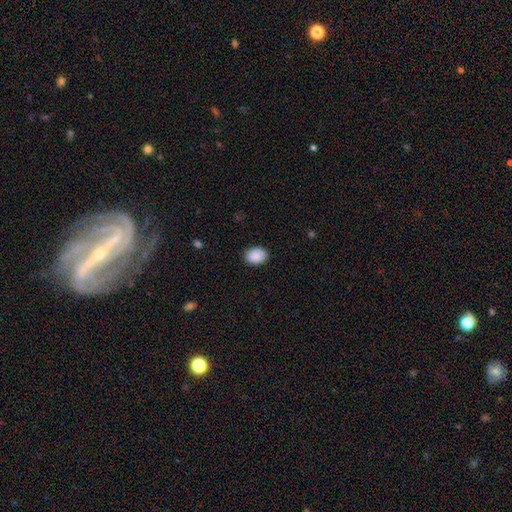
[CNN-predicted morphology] smooth-or-featured: smooth: 89% | star or artifact: 7% | featured or disk: 3%
  how-rounded: in between: 61% | round: 38% | cigar-shaped: 1%
  merging: none: 87% | minor disturbance: 10% | major disturbance: 2% | merger: 1%